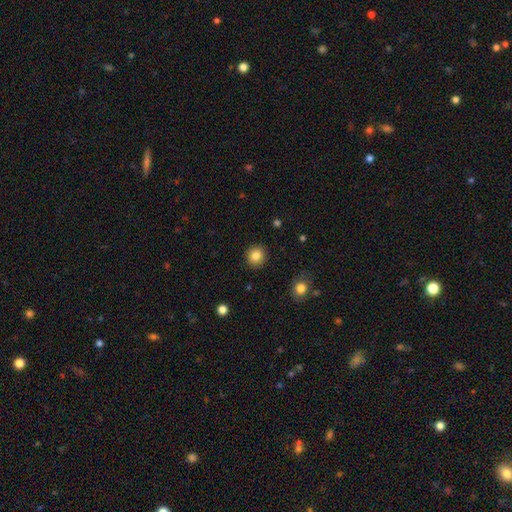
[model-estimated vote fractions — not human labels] A smooth galaxy with no disk features (84%) that is round (91%). Merging: none (92%).